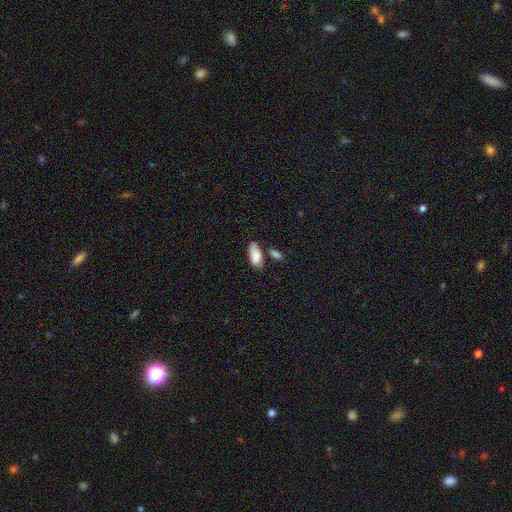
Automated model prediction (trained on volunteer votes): Smooth or featured? Predicted: smooth (p=0.86). How rounded? Predicted: in between (p=0.87). Merging? Predicted: none (p=0.62).